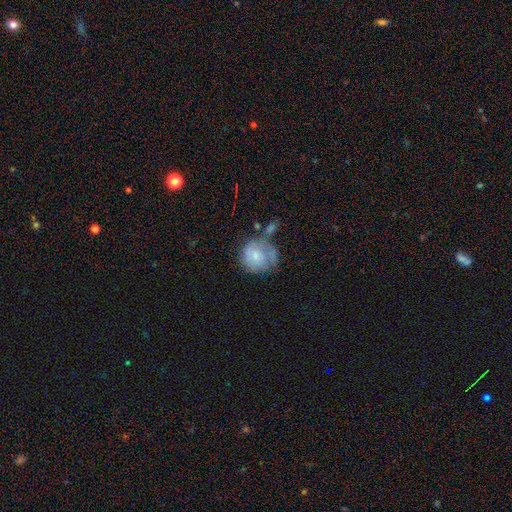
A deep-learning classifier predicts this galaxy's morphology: Smooth or featured?
  - smooth: 63% *
  - featured or disk: 29%
  - star or artifact: 8%
How rounded?
  - round: 83% *
  - in between: 16%
  - cigar-shaped: 1%
Merging?
  - none: 41% *
  - minor disturbance: 29%
  - major disturbance: 19%
  - merger: 12%